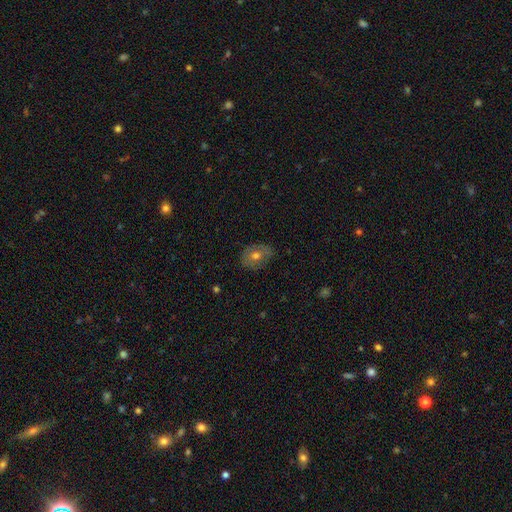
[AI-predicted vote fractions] Smooth or featured?
  - smooth: 54% *
  - featured or disk: 36%
  - star or artifact: 10%
How rounded?
  - in between: 55% *
  - round: 44%
  - cigar-shaped: 1%
Merging?
  - none: 79% *
  - minor disturbance: 16%
  - major disturbance: 4%
  - merger: 1%